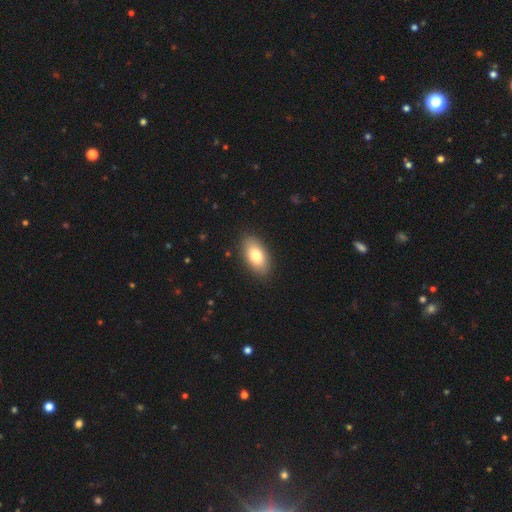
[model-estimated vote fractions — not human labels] Q: Smooth or featured?
A: smooth (78%); runner-up: featured or disk (15%)
Q: How rounded?
A: in between (92%); runner-up: round (4%)
Q: Merging?
A: none (88%); runner-up: minor disturbance (8%)